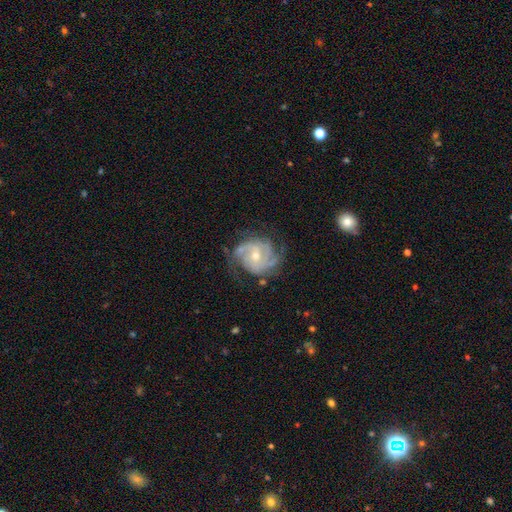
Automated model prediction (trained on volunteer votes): The model was most divided on "spiral arm count": 2: 30%, can't tell: 26%, 3: 25%, 4: 9%, 1: 5%, more than 4: 5%. More confident: edge-on disk — no (98%); spiral arms — yes (94%); smooth or featured — featured or disk (85%); merging — none (63%); bar — no (62%); bulge size — small (51%); spiral winding — tight (51%).